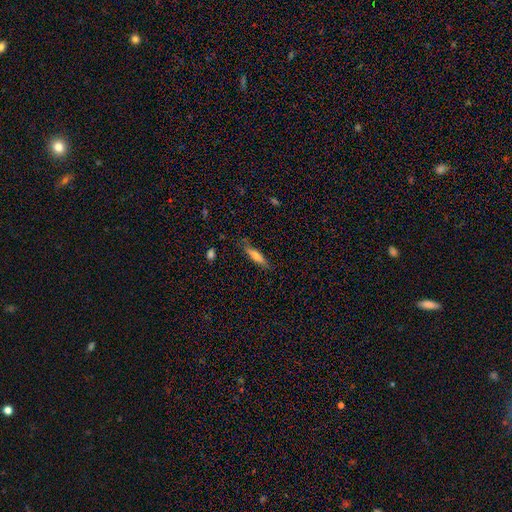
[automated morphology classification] A smooth galaxy with no disk features (62%) that is cigar-shaped (77%).

Vote fractions:
- Smooth or featured? smooth: 62% / featured or disk: 31% / star or artifact: 7%
- How rounded? cigar-shaped: 77% / in between: 21% / round: 2%
- Merging? none: 81% / minor disturbance: 14% / major disturbance: 3% / merger: 2%